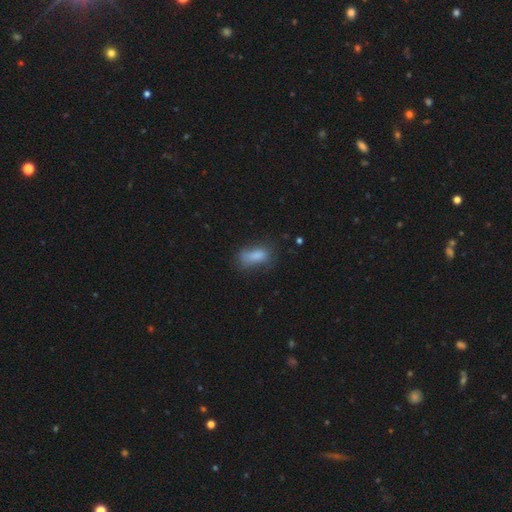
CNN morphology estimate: A smooth galaxy with no disk features (78%) that is in between round and cigar-shaped (82%). Merging: none (50%).